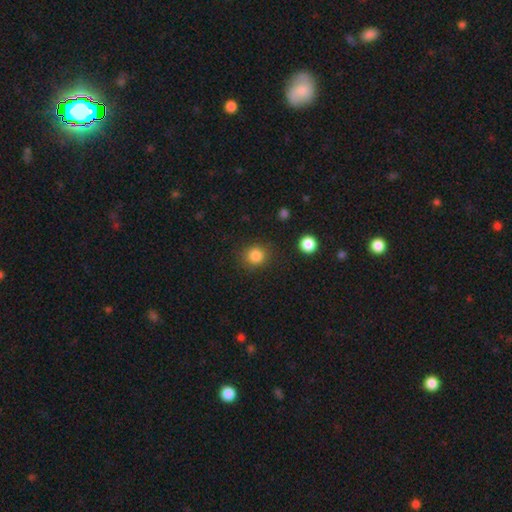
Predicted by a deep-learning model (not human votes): A smooth galaxy with no disk features (85%) that is round (88%). Merging: none (85%).